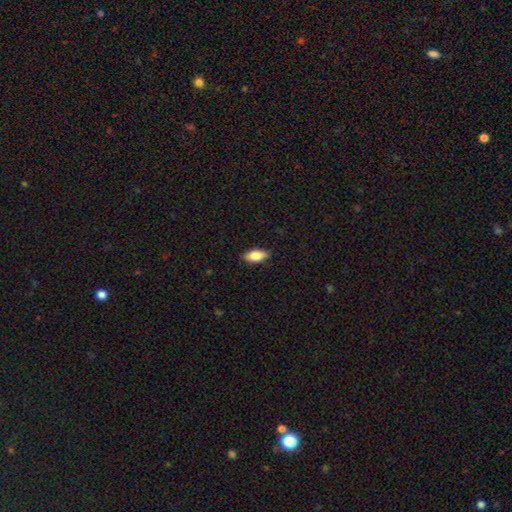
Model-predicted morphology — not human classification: smooth 82%, featured or disk 11%, star or artifact 6%. Down the decision tree: how rounded — in between (86%); merging — none (88%).